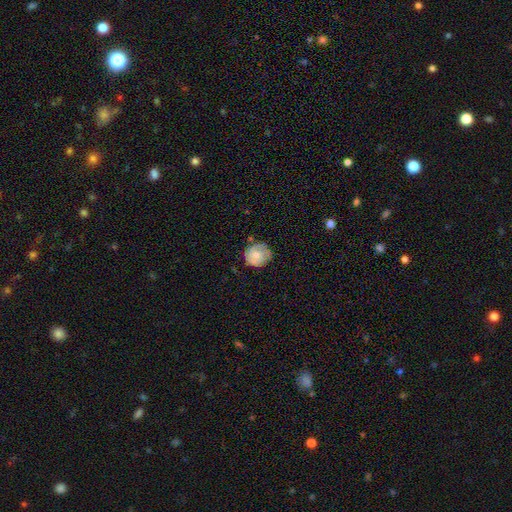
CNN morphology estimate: A featured or disk galaxy (58%) with no bar (73%), spiral arms (86%) and a small central bulge (48%).

Vote fractions:
- Smooth or featured? featured or disk: 58% / smooth: 35% / star or artifact: 7%
- Edge-on disk? no: 98% / yes: 2%
- Bar? no: 73% / weak: 24% / strong: 4%
- Spiral arms? yes: 86% / no: 14%
- Bulge size? small: 48% / moderate: 44% / none: 4% / large: 3% / dominant: 1%
- Merging? none: 72% / minor disturbance: 21% / major disturbance: 6% / merger: 2%